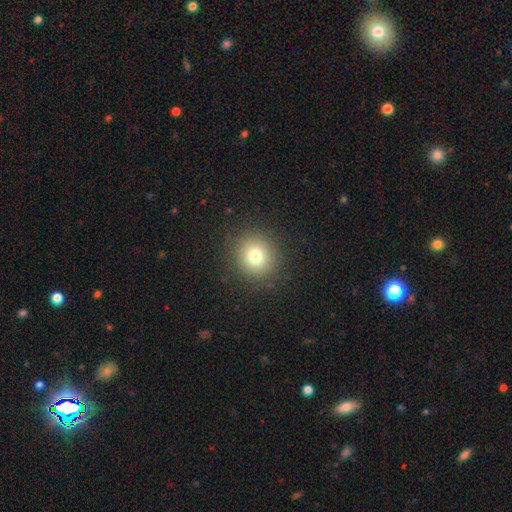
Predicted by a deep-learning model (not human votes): smooth 77%, star or artifact 14%, featured or disk 9%. Down the decision tree: how rounded — round (89%); merging — none (91%).